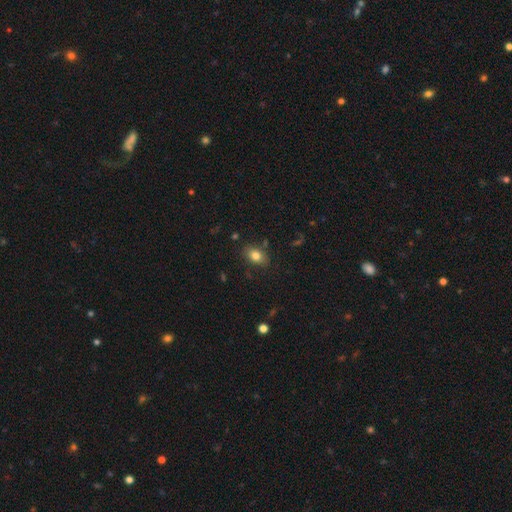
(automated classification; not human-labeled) This appears to be a smooth galaxy with no disk features (80%) that is in between round and cigar-shaped (81%). Merging: none (82%).